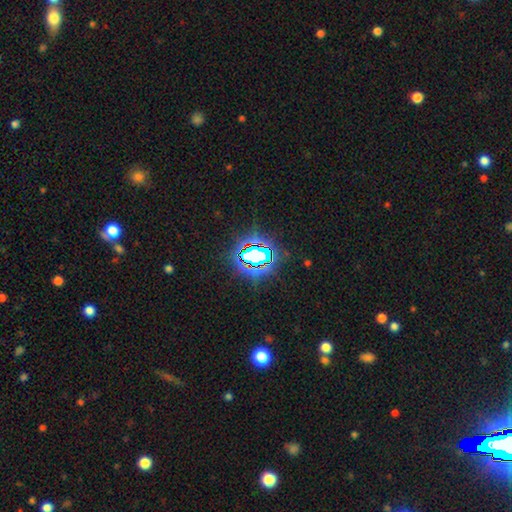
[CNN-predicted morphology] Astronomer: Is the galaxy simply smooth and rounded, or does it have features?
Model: star or artifact — 70%.